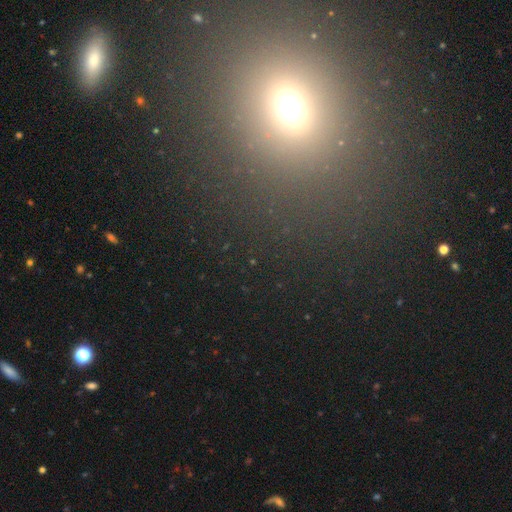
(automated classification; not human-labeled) This appears to be a smooth galaxy with no disk features (45%, tied with star or artifact). Merging: none (86%).